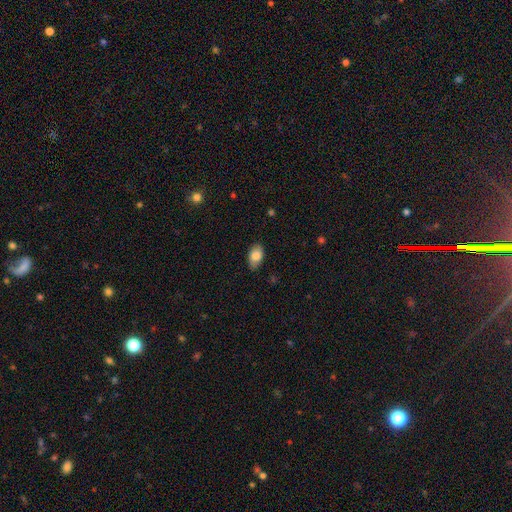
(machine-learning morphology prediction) smooth-or-featured: smooth: 82% | featured or disk: 11% | star or artifact: 7%
  how-rounded: in between: 92% | round: 6% | cigar-shaped: 2%
  merging: none: 84% | minor disturbance: 13% | major disturbance: 2% | merger: 1%